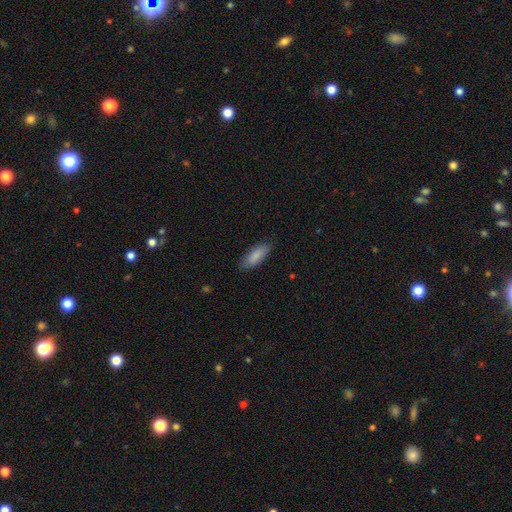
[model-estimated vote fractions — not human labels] Smooth or featured?
  - smooth: 87% *
  - featured or disk: 7%
  - star or artifact: 6%
How rounded?
  - in between: 70% *
  - cigar-shaped: 29%
  - round: 2%
Merging?
  - none: 84% *
  - minor disturbance: 13%
  - major disturbance: 2%
  - merger: 1%